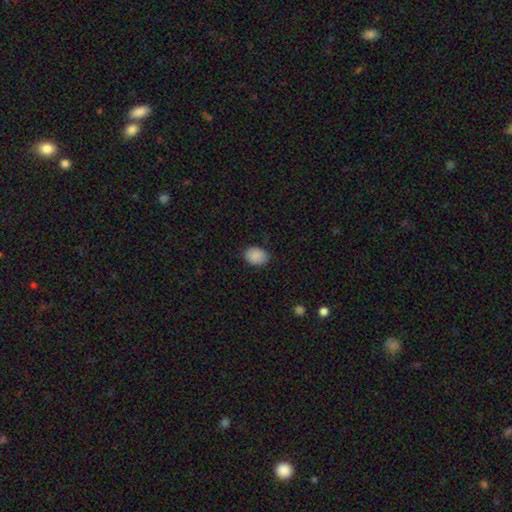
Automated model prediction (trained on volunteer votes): Smooth or featured? Predicted: smooth (p=0.89). How rounded? Predicted: in between (p=0.65). Merging? Predicted: none (p=0.84).